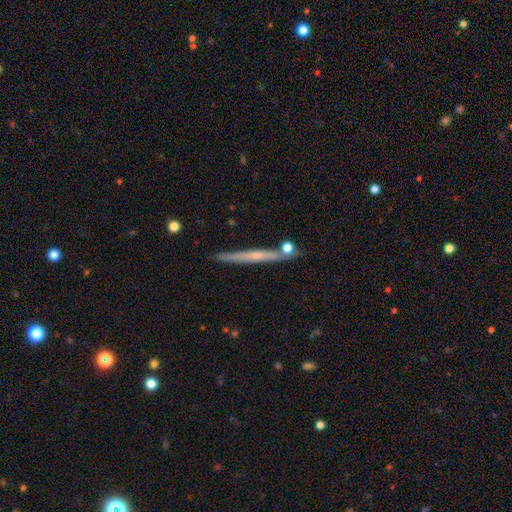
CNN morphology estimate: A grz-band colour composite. It shows a featured or disk galaxy (55%) viewed edge-on (96%) with no central bulge (67%). Merging: none (83%).